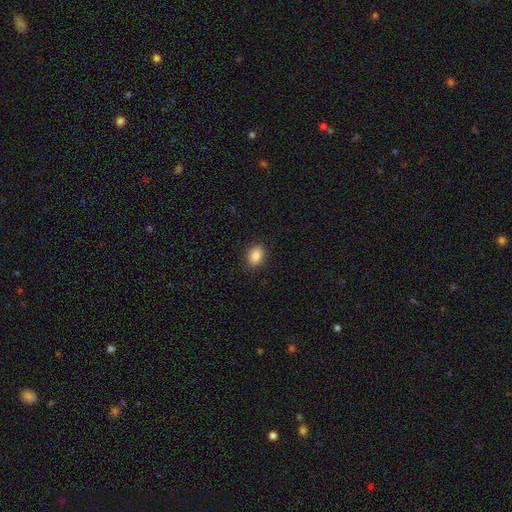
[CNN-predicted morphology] Smooth or featured: smooth — 88% (star or artifact — 8%)
How rounded: in between — 80% (round — 19%)
Merging: none — 89% (minor disturbance — 8%)